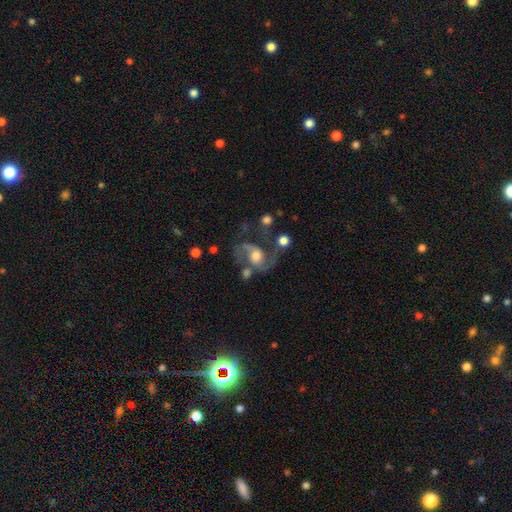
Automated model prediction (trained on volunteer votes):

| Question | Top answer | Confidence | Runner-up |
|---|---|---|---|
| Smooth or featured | featured or disk | 77% | smooth (16%) |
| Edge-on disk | no | 98% | yes (2%) |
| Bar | no | 62% | weak (31%) |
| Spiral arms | yes | 91% | no (9%) |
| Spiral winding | medium | 47% | loose (43%) |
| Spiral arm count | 2 | 86% | 1 (7%) |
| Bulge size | moderate | 47% | large (35%) |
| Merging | none | 40% | major disturbance (25%) |